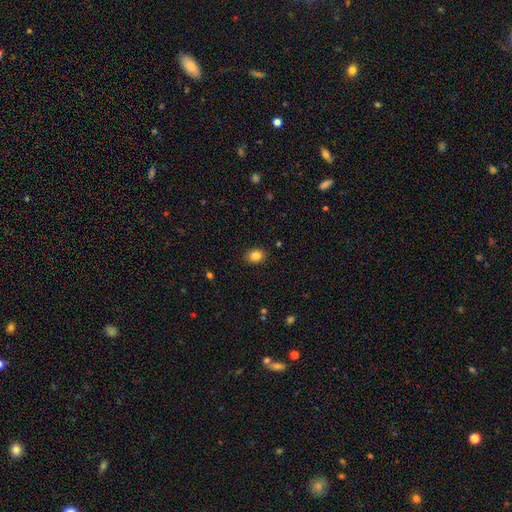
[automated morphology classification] Smooth or featured: smooth — 85% (star or artifact — 10%)
How rounded: in between — 52% (round — 47%)
Merging: none — 88% (minor disturbance — 8%)